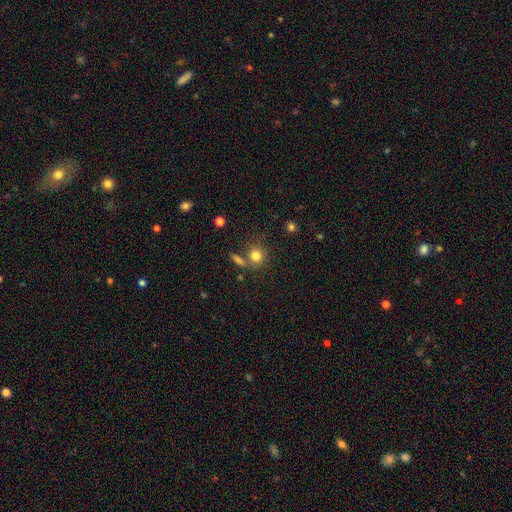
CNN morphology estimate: A smooth galaxy with no disk features (80%) that is round (83%).

Vote fractions:
- Smooth or featured? smooth: 80% / star or artifact: 12% / featured or disk: 8%
- How rounded? round: 83% / in between: 15% / cigar-shaped: 1%
- Merging? none: 68% / merger: 16% / minor disturbance: 11% / major disturbance: 4%